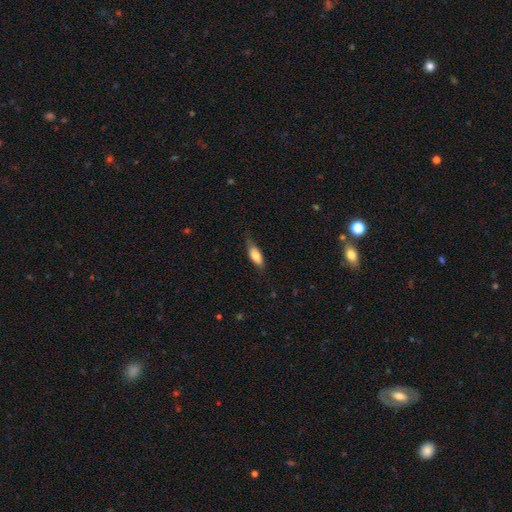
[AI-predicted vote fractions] Smooth or featured? smooth (74%)
How rounded? in between (73%)
Merging? none (64%)